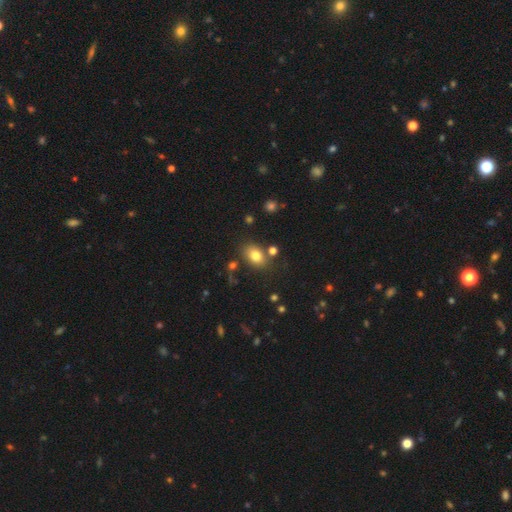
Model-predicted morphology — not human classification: This appears to be a smooth galaxy with no disk features (80%) that is in between round and cigar-shaped (75%). Merging: none (77%).